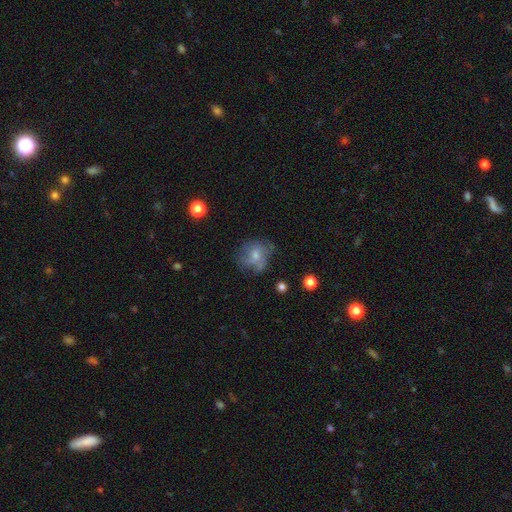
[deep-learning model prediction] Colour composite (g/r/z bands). It shows a smooth galaxy with no disk features (49%). Merging: none (52%).